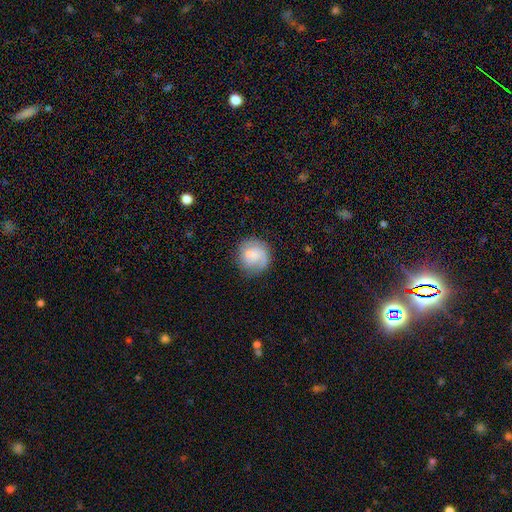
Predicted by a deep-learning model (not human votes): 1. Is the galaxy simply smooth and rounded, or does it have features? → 58% smooth, 35% featured or disk, 8% star or artifact.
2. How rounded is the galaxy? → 88% round, 11% in between, 1% cigar-shaped.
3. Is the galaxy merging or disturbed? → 71% none, 18% minor disturbance, 9% major disturbance, 2% merger.